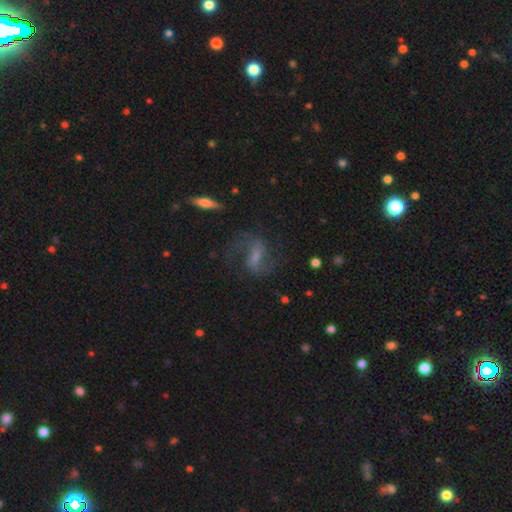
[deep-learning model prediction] featured or disk 80%, smooth 12%, star or artifact 9%. Down the decision tree: edge-on disk — no (95%); bar — weak (43%); spiral arms — yes (94%); spiral arm count — 2 (92%); spiral winding — medium (46%); bulge size — small (35%); merging — none (71%).